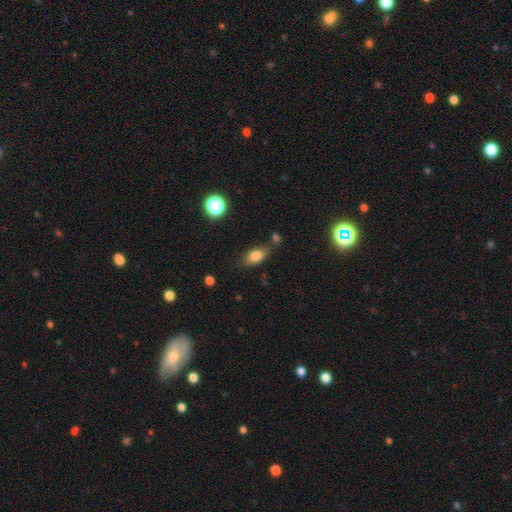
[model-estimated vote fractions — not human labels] Smooth or featured?
  - smooth: 80% *
  - featured or disk: 10%
  - star or artifact: 9%
How rounded?
  - in between: 86% *
  - cigar-shaped: 8%
  - round: 7%
Merging?
  - none: 73% *
  - minor disturbance: 16%
  - merger: 7%
  - major disturbance: 4%